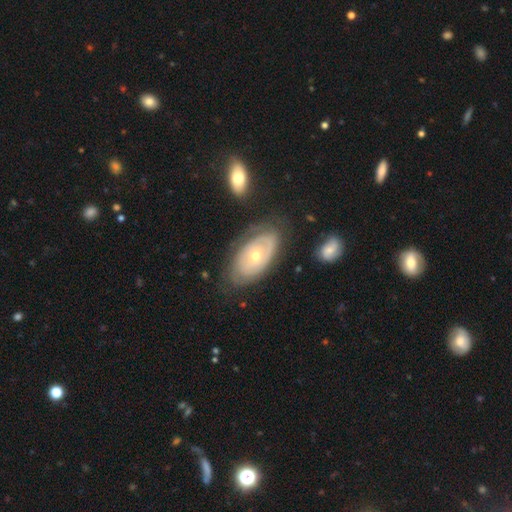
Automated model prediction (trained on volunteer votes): This appears to be a featured or disk galaxy (69%) with no bar (87%), spiral arms (58%) and a moderate central bulge (55%). Merging: none (69%).